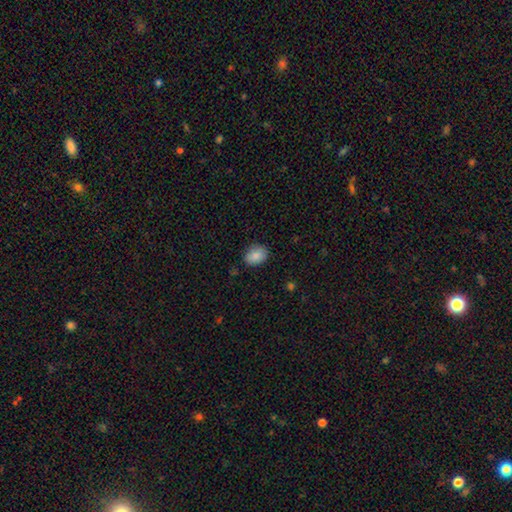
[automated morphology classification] The model was most divided on "how rounded": in between: 65%, round: 34%, cigar-shaped: 1%. More confident: smooth or featured — smooth (88%); merging — none (84%).